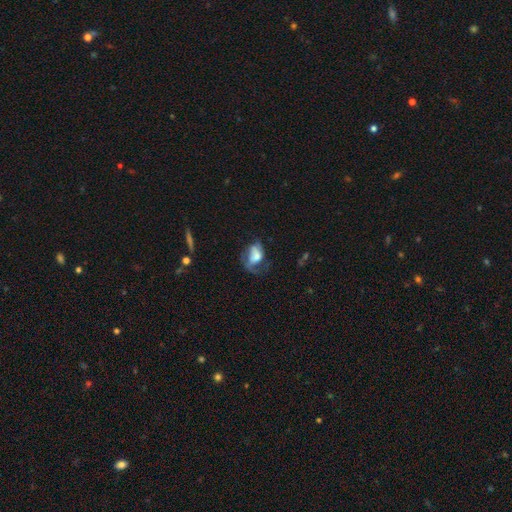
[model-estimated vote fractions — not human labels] A featured or disk galaxy (49%).

Vote fractions:
- Smooth or featured? featured or disk: 49% / smooth: 42% / star or artifact: 9%
- Merging? major disturbance: 45% / none: 28% / minor disturbance: 23% / merger: 4%